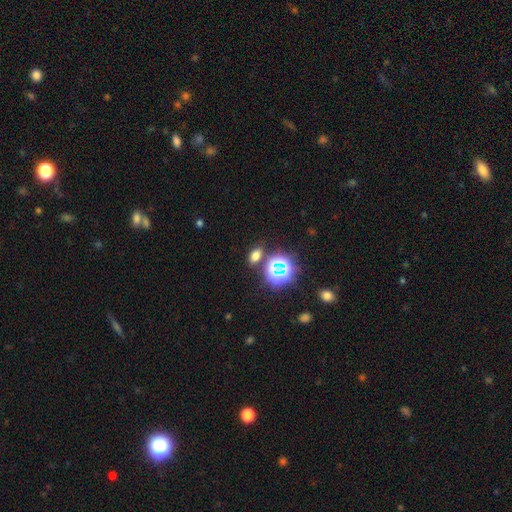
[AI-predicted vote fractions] Morphology: type=smooth (61%); roundness=in between (78%); merging=none (79%).